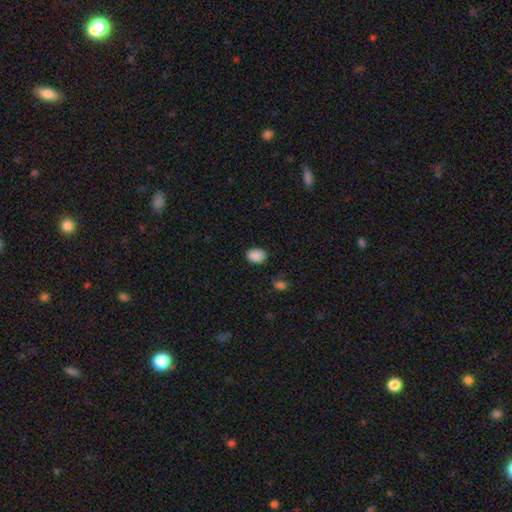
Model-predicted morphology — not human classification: Q: Smooth or featured?
A: smooth (89%); runner-up: star or artifact (9%)
Q: How rounded?
A: in between (71%); runner-up: round (28%)
Q: Merging?
A: none (85%); runner-up: minor disturbance (11%)